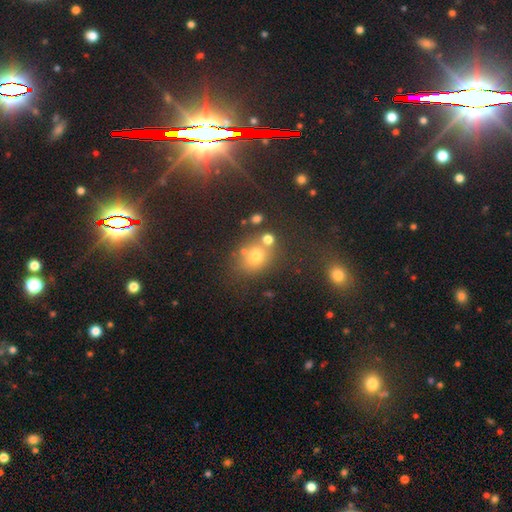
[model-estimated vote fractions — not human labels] This appears to be a smooth galaxy with no disk features (67%) that is round (63%). Merging: none (61%).